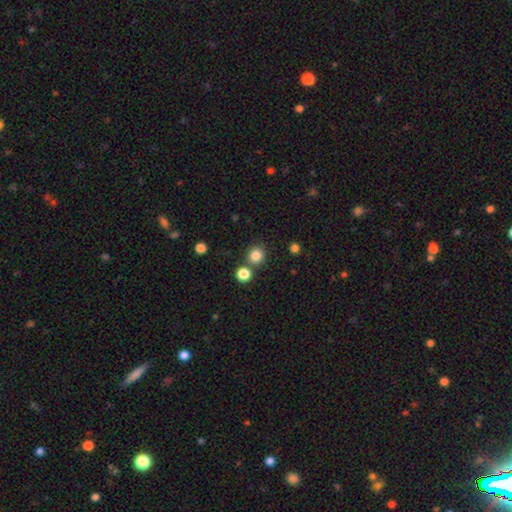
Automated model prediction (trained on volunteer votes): Morphology: type=smooth (83%); roundness=round (90%); merging=none (76%).